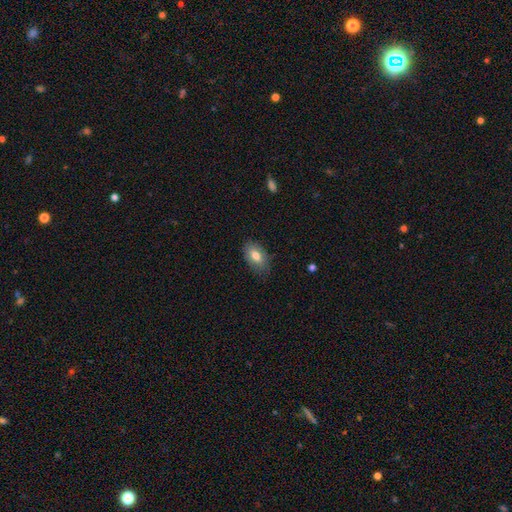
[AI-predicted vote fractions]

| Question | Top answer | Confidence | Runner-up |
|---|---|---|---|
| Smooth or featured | smooth | 76% | featured or disk (17%) |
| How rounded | in between | 91% | round (6%) |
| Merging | none | 77% | minor disturbance (18%) |